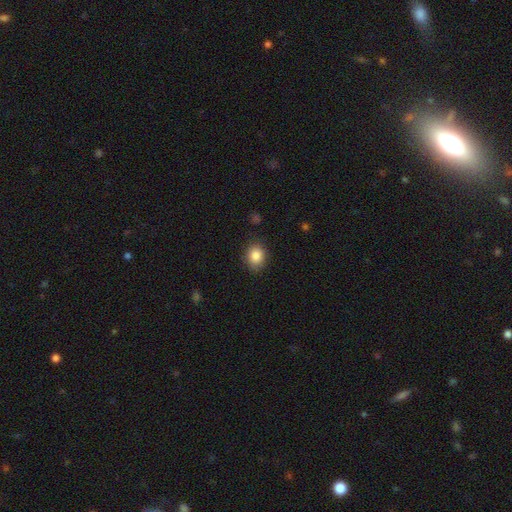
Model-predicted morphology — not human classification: This is clearly a smooth galaxy (86%). How rounded: possibly round (57%). Merging: clearly none (85%).